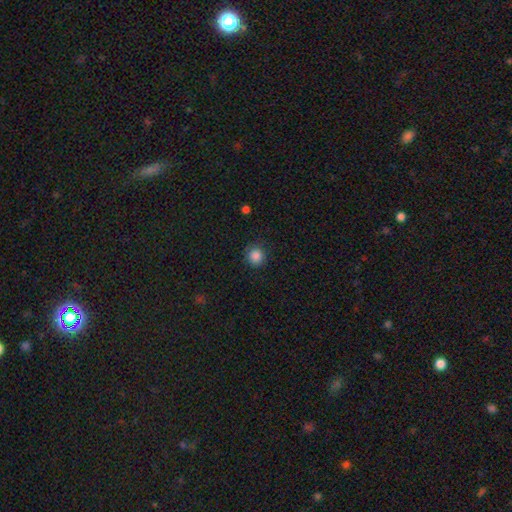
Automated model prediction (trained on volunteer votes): A smooth galaxy with no disk features (86%) that is round (92%).

Vote fractions:
- Smooth or featured? smooth: 86% / star or artifact: 11% / featured or disk: 3%
- How rounded? round: 92% / in between: 7% / cigar-shaped: 1%
- Merging? none: 86% / minor disturbance: 10% / major disturbance: 3% / merger: 1%